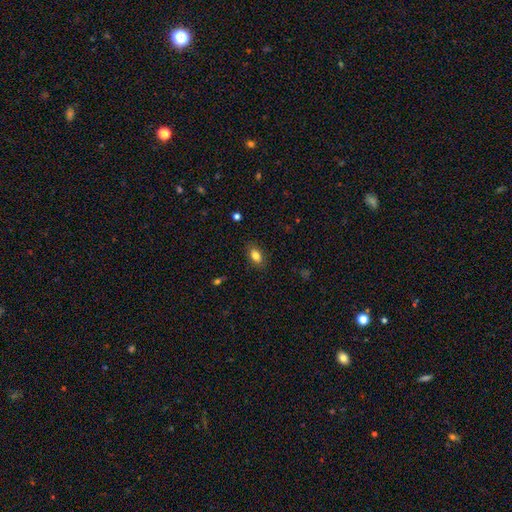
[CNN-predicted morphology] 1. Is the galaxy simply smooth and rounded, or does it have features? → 83% smooth, 9% star or artifact, 9% featured or disk.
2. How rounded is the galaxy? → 87% in between, 10% round, 3% cigar-shaped.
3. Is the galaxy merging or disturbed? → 86% none, 11% minor disturbance, 3% major disturbance, 1% merger.